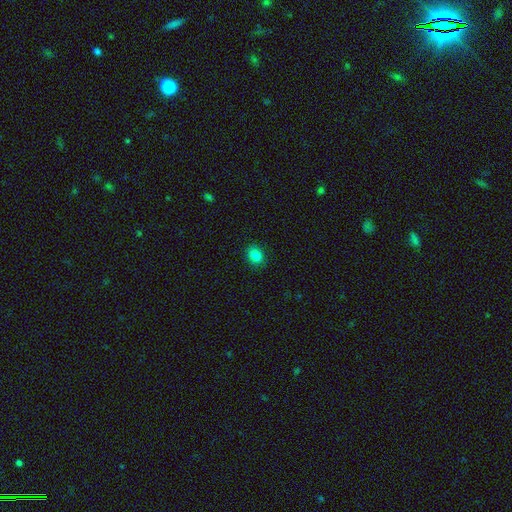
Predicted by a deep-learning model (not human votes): smooth_or_featured: smooth (p=0.84) [alt: star or artifact p=0.12]
how_rounded: round (p=0.55) [alt: in between p=0.44]
merging: none (p=0.89) [alt: minor disturbance p=0.08]